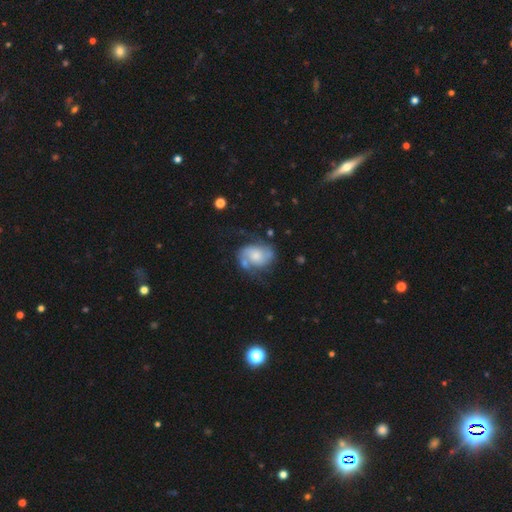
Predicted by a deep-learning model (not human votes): Overall: featured or disk (70%). Edge-on disk: no (97%). Bar: no (65%; weak 29%). Spiral arms: yes (90%). Spiral arm count: 2 (87%). Spiral winding: medium (48%; loose 30%). Bulge size: moderate (42%; small 38%). Merging: none (56%; minor disturbance 23%).